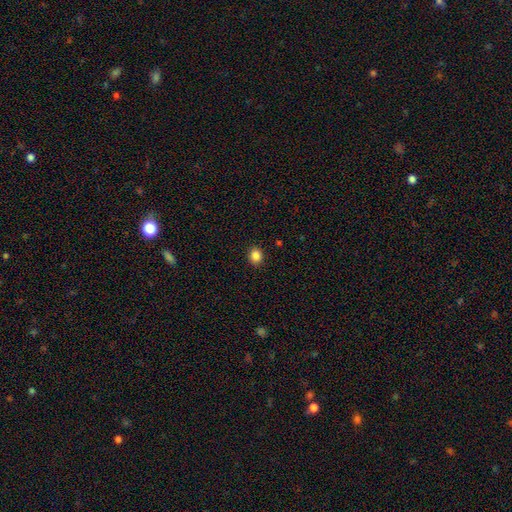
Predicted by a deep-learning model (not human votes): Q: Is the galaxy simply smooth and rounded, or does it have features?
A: smooth — 85%.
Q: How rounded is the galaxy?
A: round — 65%.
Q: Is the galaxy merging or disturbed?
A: none — 91%.